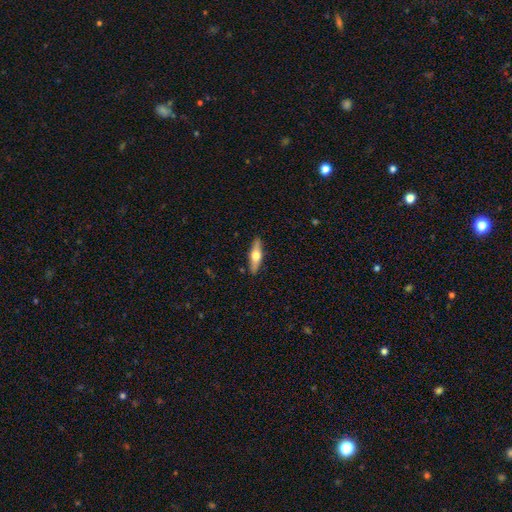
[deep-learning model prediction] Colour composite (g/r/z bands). It shows a featured or disk galaxy (50%). Merging: none (89%).